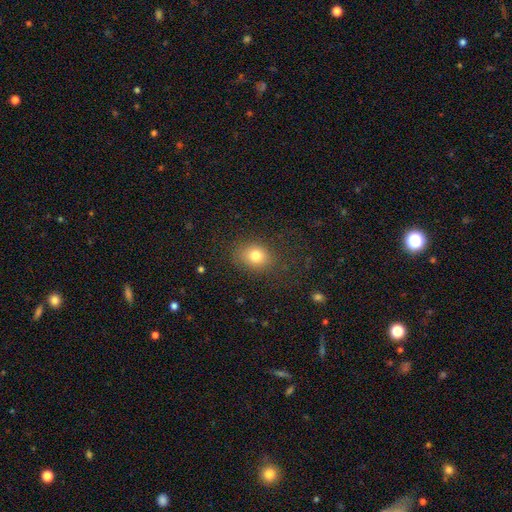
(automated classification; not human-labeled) smooth-or-featured: smooth: 79% | star or artifact: 12% | featured or disk: 9%
  how-rounded: round: 55% | in between: 44% | cigar-shaped: 1%
  merging: none: 79% | minor disturbance: 13% | major disturbance: 7% | merger: 1%